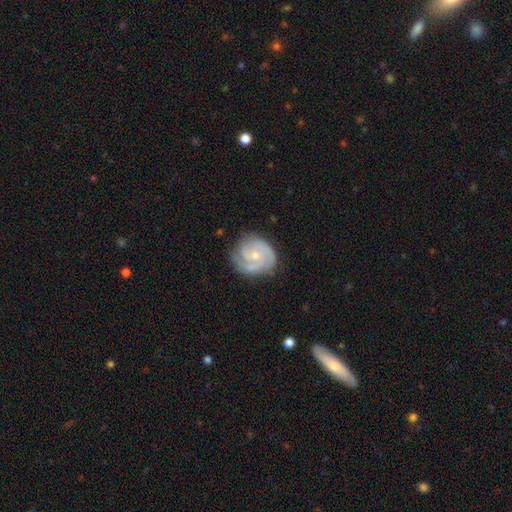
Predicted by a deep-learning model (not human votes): This appears to be a featured or disk galaxy (79%) with no bar (71%), 3 (34%) tight (57%) spiral arms (95%) and a small central bulge (59%). Merging: none (72%).